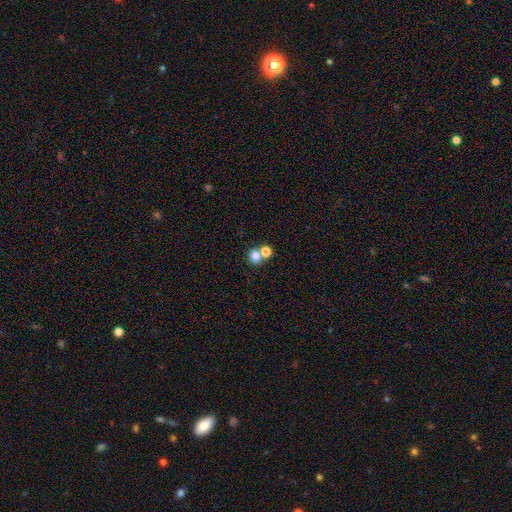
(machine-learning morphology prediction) smooth-or-featured: smooth: 79% | star or artifact: 13% | featured or disk: 9%
  how-rounded: round: 74% | in between: 25% | cigar-shaped: 1%
  merging: none: 48% | merger: 42% | minor disturbance: 7% | major disturbance: 3%